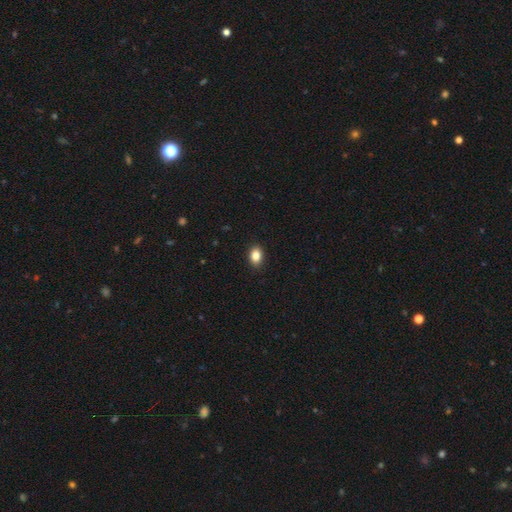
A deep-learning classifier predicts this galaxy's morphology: Smooth or featured? Predicted: smooth (p=0.85). How rounded? Predicted: in between (p=0.74). Merging? Predicted: none (p=0.91).